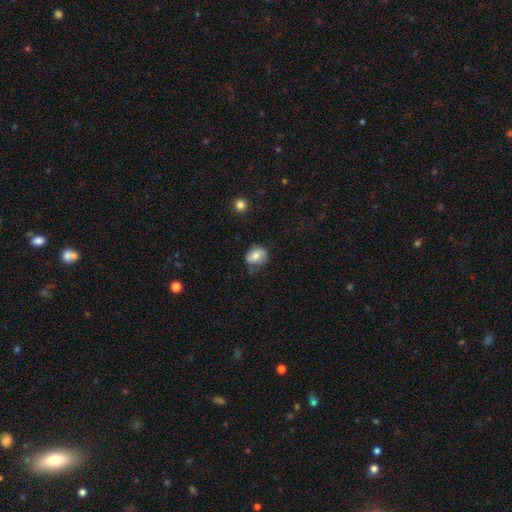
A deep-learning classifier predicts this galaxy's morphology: type=smooth (60%); roundness=round (50%); merging=none (57%).